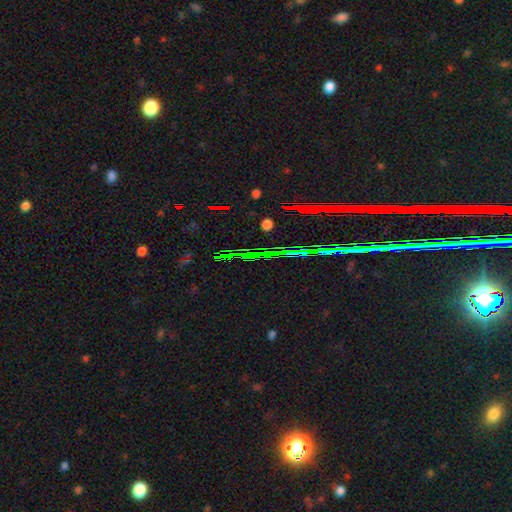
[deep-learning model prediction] This is clearly a star or artifact rather than a galaxy (80%).